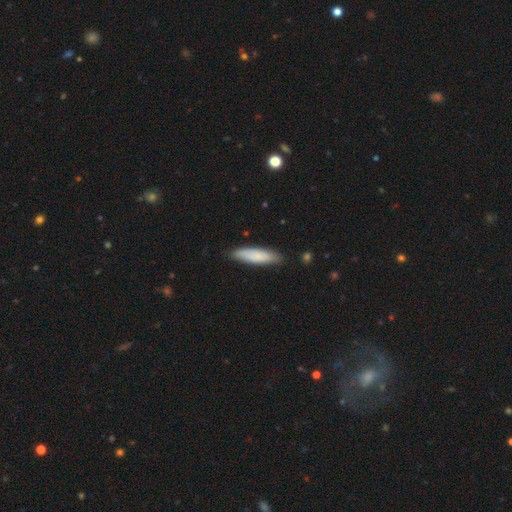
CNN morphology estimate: smooth-or-featured: smooth: 82% | featured or disk: 13% | star or artifact: 6%
  how-rounded: cigar-shaped: 69% | in between: 29% | round: 1%
  merging: none: 85% | minor disturbance: 11% | major disturbance: 2% | merger: 1%